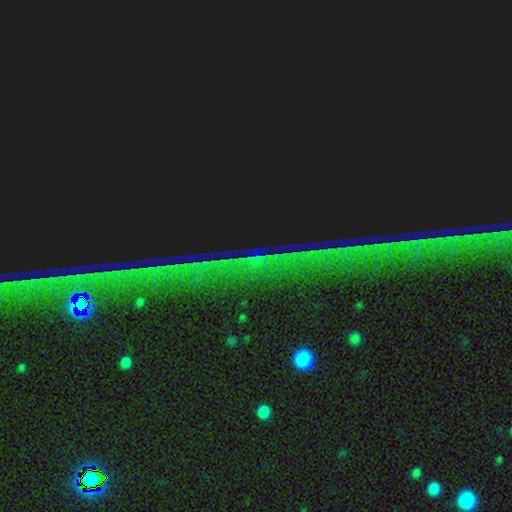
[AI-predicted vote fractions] Q: Smooth or featured?
A: star or artifact (85%); runner-up: featured or disk (8%)